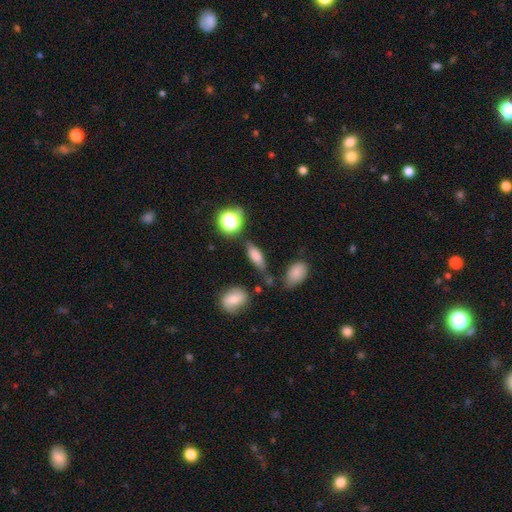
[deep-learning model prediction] Morphology: type=smooth (73%); roundness=in between (61%); merging=none (70%).